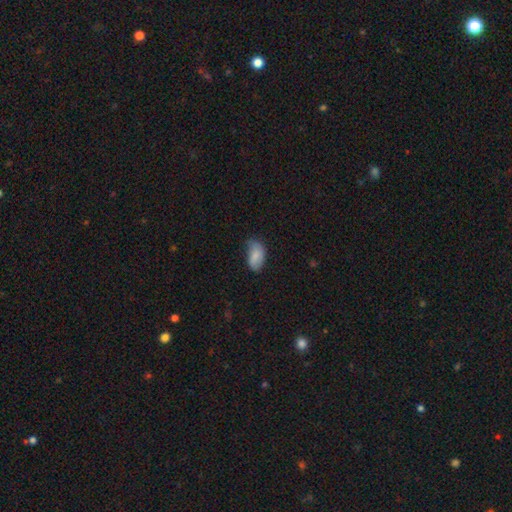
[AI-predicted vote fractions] Q: Smooth or featured?
A: smooth (79%); runner-up: featured or disk (14%)
Q: How rounded?
A: in between (93%); runner-up: round (5%)
Q: Merging?
A: none (55%); runner-up: minor disturbance (35%)